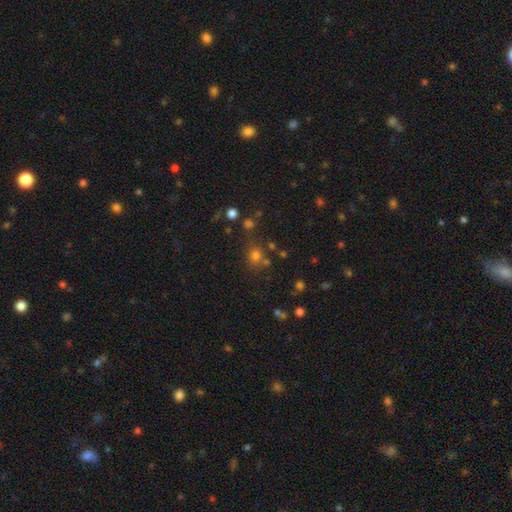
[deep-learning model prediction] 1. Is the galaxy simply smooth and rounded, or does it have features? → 69% smooth, 23% star or artifact, 8% featured or disk.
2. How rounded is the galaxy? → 80% round, 19% in between, 1% cigar-shaped.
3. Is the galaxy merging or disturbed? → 72% none, 12% minor disturbance, 11% merger, 5% major disturbance.